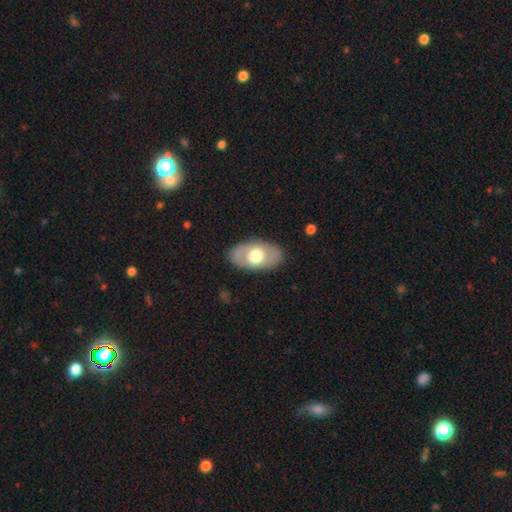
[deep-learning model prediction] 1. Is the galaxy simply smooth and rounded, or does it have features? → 51% smooth, 44% featured or disk, 5% star or artifact.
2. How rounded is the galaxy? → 90% in between, 8% round, 2% cigar-shaped.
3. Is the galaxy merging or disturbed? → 85% none, 11% minor disturbance, 4% major disturbance, 1% merger.